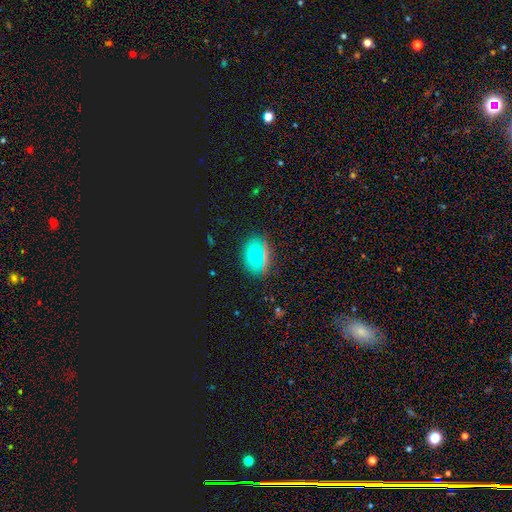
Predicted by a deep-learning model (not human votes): Smooth or featured?
  - smooth: 66% *
  - star or artifact: 18%
  - featured or disk: 16%
How rounded?
  - in between: 69% *
  - round: 28%
  - cigar-shaped: 3%
Merging?
  - none: 83% *
  - minor disturbance: 11%
  - major disturbance: 3%
  - merger: 2%